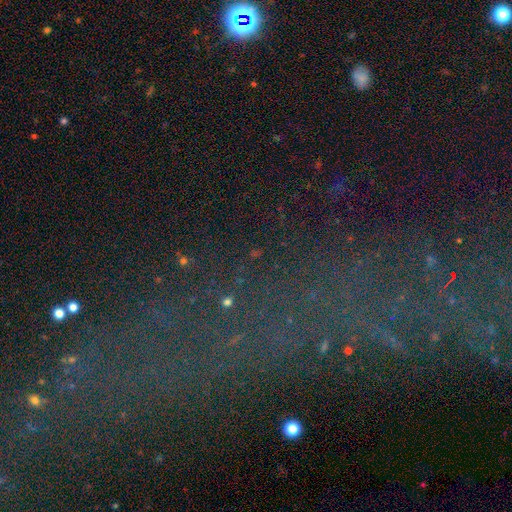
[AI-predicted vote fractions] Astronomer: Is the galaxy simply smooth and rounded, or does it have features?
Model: star or artifact — 70%.